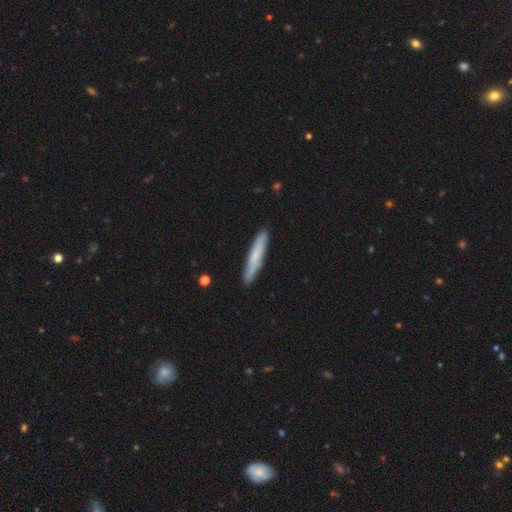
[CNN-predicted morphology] Smooth or featured?
  - smooth: 69% *
  - featured or disk: 25%
  - star or artifact: 6%
How rounded?
  - cigar-shaped: 94% *
  - in between: 5%
  - round: 1%
Merging?
  - none: 89% *
  - minor disturbance: 9%
  - major disturbance: 1%
  - merger: 1%